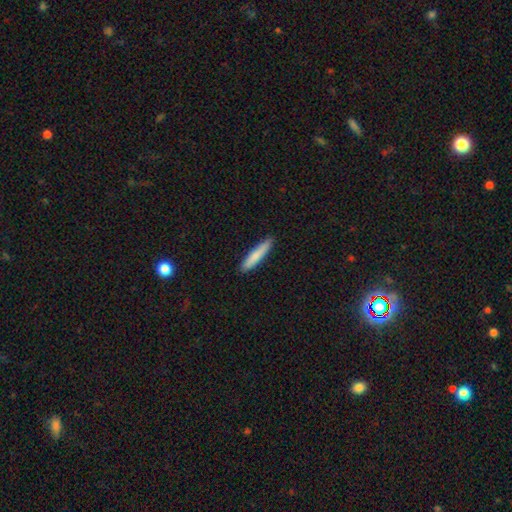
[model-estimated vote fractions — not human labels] Overall: smooth (80%). How rounded: cigar-shaped (91%). Merging: none (89%).